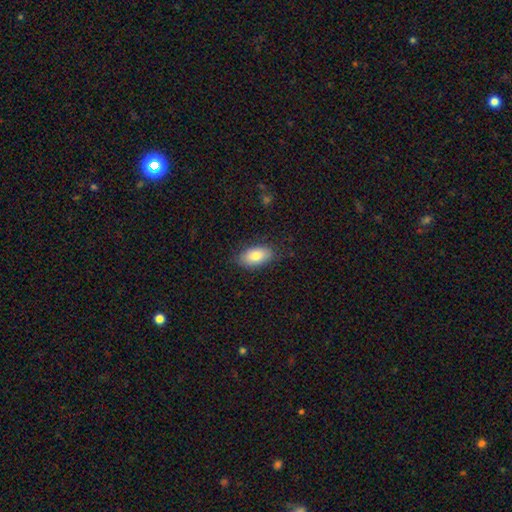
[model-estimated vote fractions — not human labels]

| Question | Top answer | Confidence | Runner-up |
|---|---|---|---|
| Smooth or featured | smooth | 80% | featured or disk (13%) |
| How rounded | in between | 93% | round (5%) |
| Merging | none | 82% | minor disturbance (14%) |